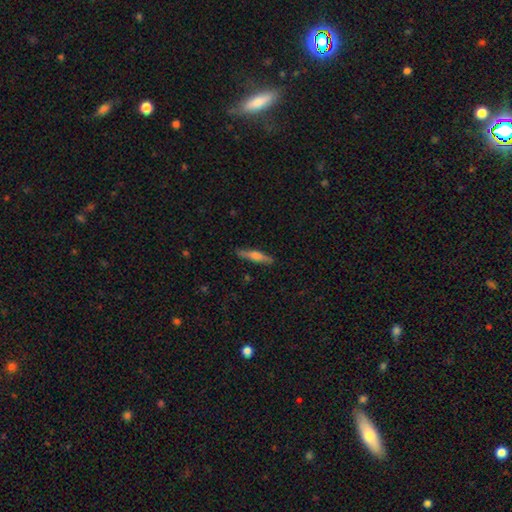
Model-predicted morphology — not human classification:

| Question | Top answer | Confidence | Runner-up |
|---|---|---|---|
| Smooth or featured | smooth | 51% | featured or disk (43%) |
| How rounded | cigar-shaped | 87% | in between (11%) |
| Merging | none | 88% | minor disturbance (9%) |